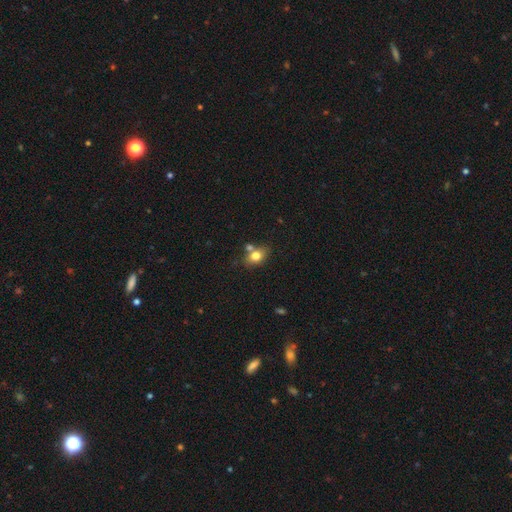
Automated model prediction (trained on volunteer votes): A smooth galaxy with no disk features (77%) that is in between round and cigar-shaped (68%).

Vote fractions:
- Smooth or featured? smooth: 77% / featured or disk: 13% / star or artifact: 10%
- How rounded? in between: 68% / round: 30% / cigar-shaped: 2%
- Merging? none: 59% / merger: 23% / minor disturbance: 15% / major disturbance: 4%